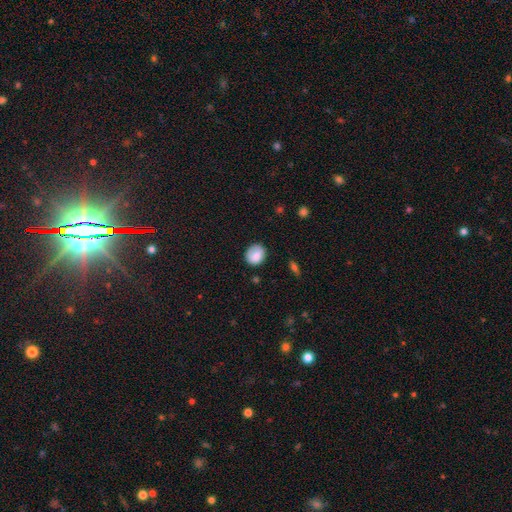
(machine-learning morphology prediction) Smooth or featured: smooth — 82% (featured or disk — 10%)
How rounded: round — 69% (in between — 30%)
Merging: none — 75% (minor disturbance — 19%)